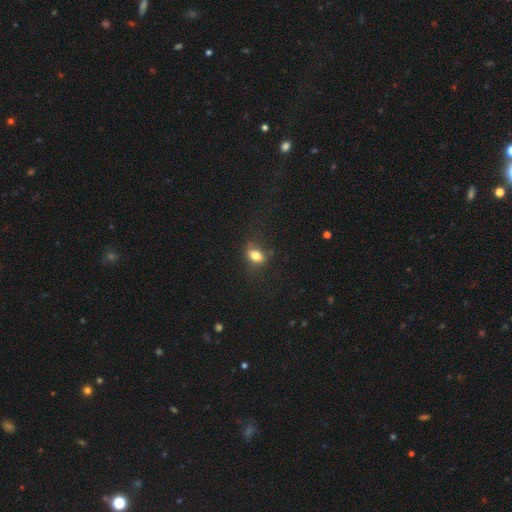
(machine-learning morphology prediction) smooth_or_featured: smooth (p=0.77) [alt: star or artifact p=0.11]
how_rounded: in between (p=0.71) [alt: round p=0.25]
merging: none (p=0.72) [alt: minor disturbance p=0.19]